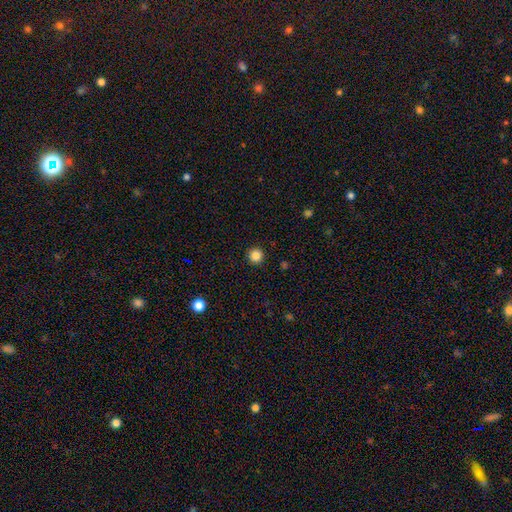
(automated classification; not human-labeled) smooth-or-featured: smooth: 85% | star or artifact: 11% | featured or disk: 4%
  how-rounded: round: 96% | in between: 3% | cigar-shaped: 1%
  merging: none: 93% | minor disturbance: 5% | major disturbance: 2% | merger: 1%